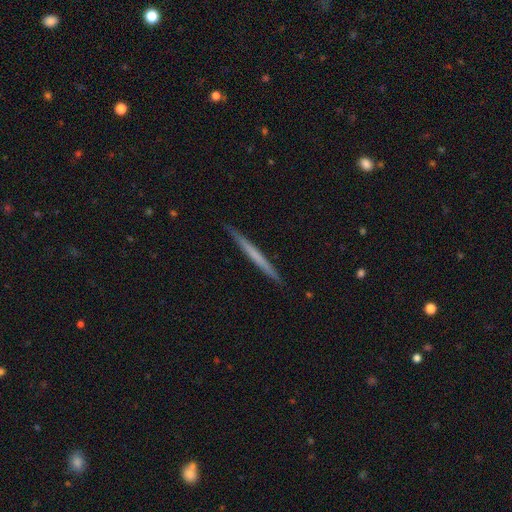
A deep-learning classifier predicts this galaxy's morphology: Smooth or featured: smooth — 49% (featured or disk — 46%)
Merging: none — 92% (minor disturbance — 6%)